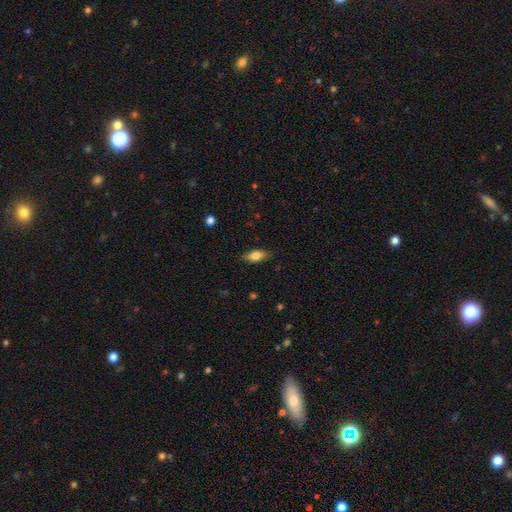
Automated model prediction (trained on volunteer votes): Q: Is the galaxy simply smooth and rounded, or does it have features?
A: smooth — 74%.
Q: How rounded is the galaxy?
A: in between — 79%.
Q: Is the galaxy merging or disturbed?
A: none — 83%.